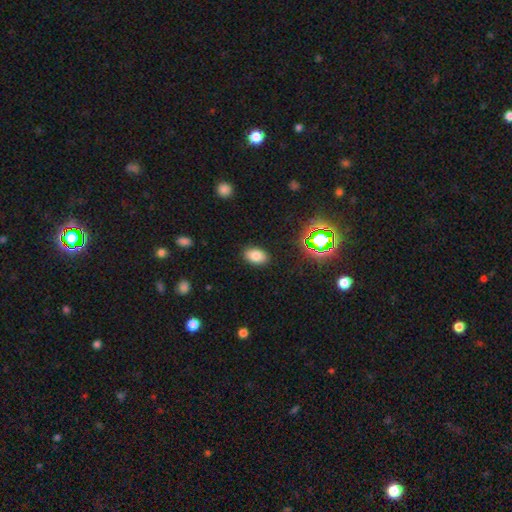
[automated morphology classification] Smooth or featured: smooth — 79% (star or artifact — 14%)
How rounded: in between — 89% (round — 9%)
Merging: none — 88% (minor disturbance — 8%)